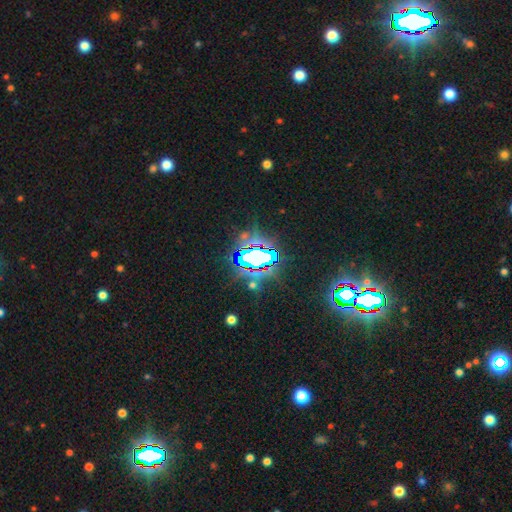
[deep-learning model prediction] Smooth or featured? Predicted: star or artifact (p=0.72).